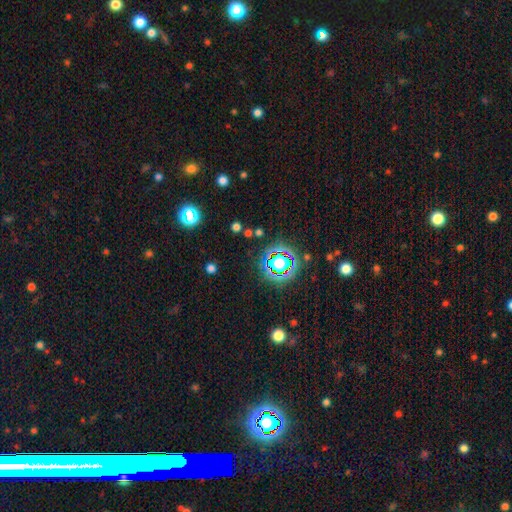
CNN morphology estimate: type=star or artifact (78%).